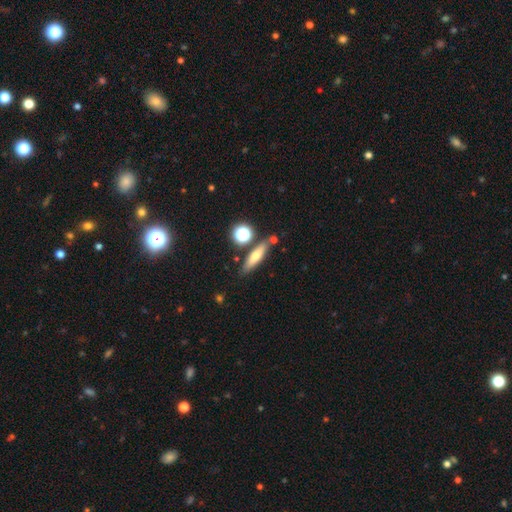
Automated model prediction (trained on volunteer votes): A smooth galaxy with no disk features (58%) that is cigar-shaped (69%). Merging: none (76%).